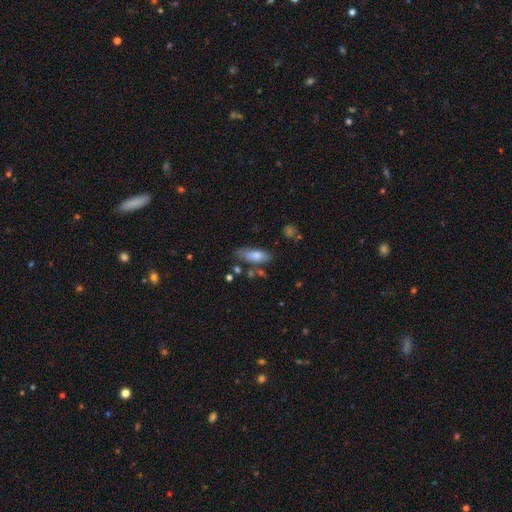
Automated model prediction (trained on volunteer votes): smooth-or-featured: smooth: 75% | featured or disk: 18% | star or artifact: 7%
  how-rounded: in between: 70% | cigar-shaped: 28% | round: 2%
  merging: none: 65% | minor disturbance: 22% | merger: 7% | major disturbance: 6%